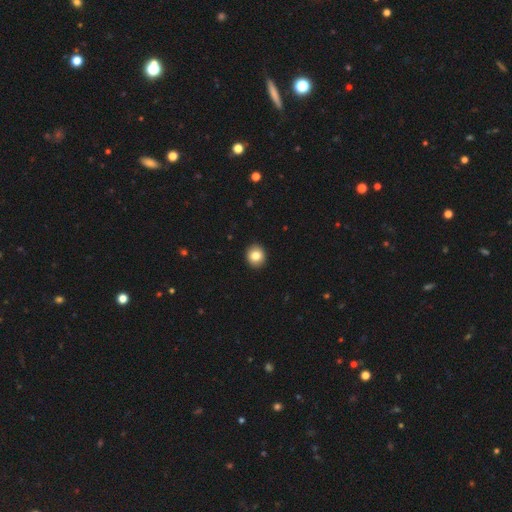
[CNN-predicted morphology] This is clearly a smooth galaxy (84%). How rounded: clearly round (82%). Merging: clearly none (93%).